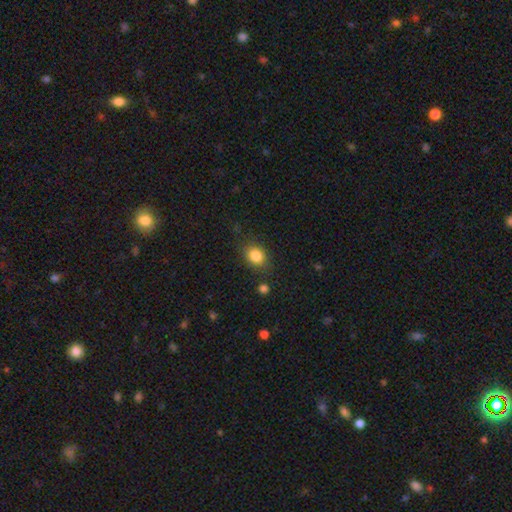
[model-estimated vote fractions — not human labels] A smooth galaxy with no disk features (84%) that is round (55%). Merging: none (80%).